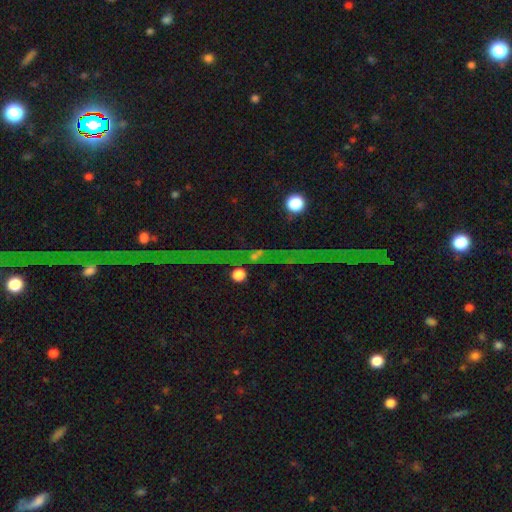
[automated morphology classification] type=star or artifact (63%).